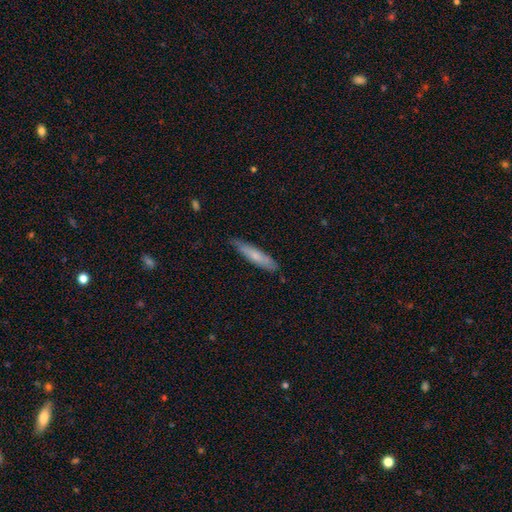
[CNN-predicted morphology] Overall: smooth (67%; featured or disk 27%). How rounded: cigar-shaped (86%). Merging: none (80%).